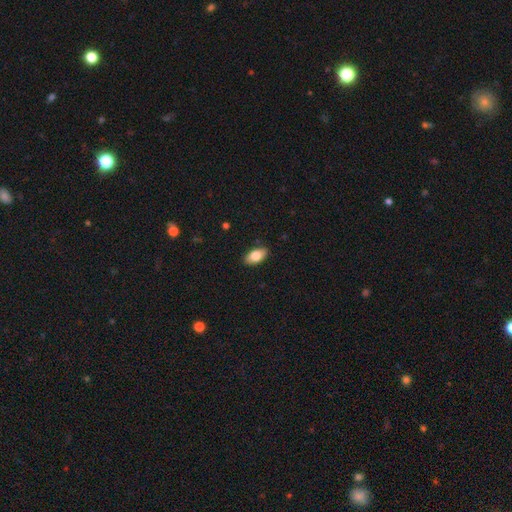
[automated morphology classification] Smooth or featured?
  - smooth: 81% *
  - featured or disk: 12%
  - star or artifact: 7%
How rounded?
  - in between: 92% *
  - cigar-shaped: 4%
  - round: 4%
Merging?
  - none: 88% *
  - minor disturbance: 9%
  - major disturbance: 2%
  - merger: 1%